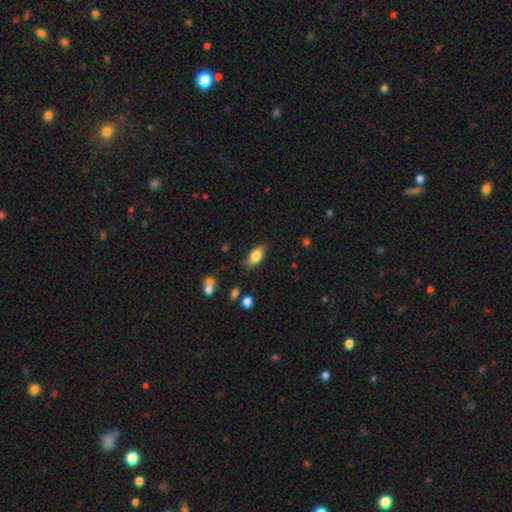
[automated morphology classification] smooth 72%, featured or disk 21%, star or artifact 7%. Down the decision tree: how rounded — in between (84%); merging — none (76%).